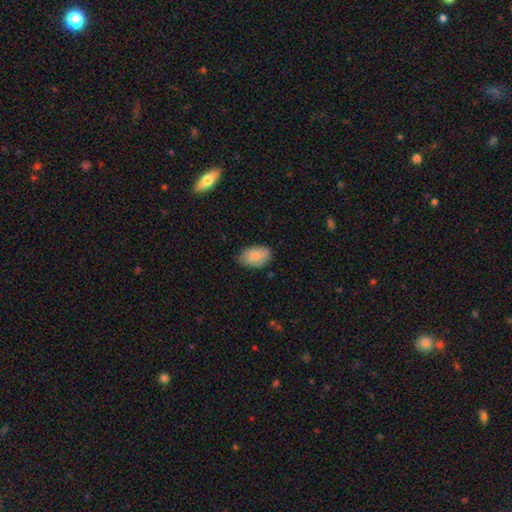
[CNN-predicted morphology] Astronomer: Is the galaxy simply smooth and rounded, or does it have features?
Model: smooth — 87%.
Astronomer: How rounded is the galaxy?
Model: in between — 92%.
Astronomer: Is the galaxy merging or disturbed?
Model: none — 73%.